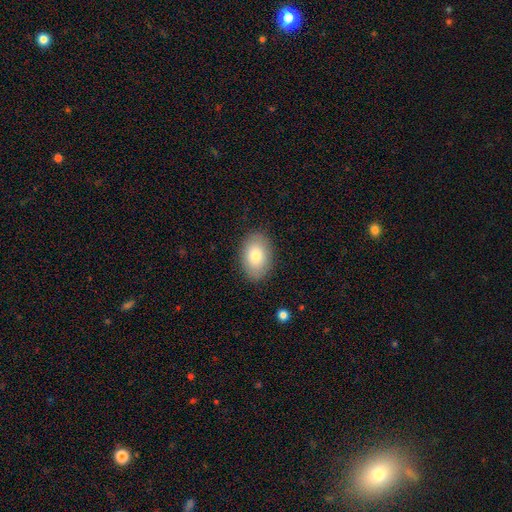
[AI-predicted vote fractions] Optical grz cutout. It shows a smooth galaxy with no disk features (80%) that is in between round and cigar-shaped (87%). Merging: none (87%).